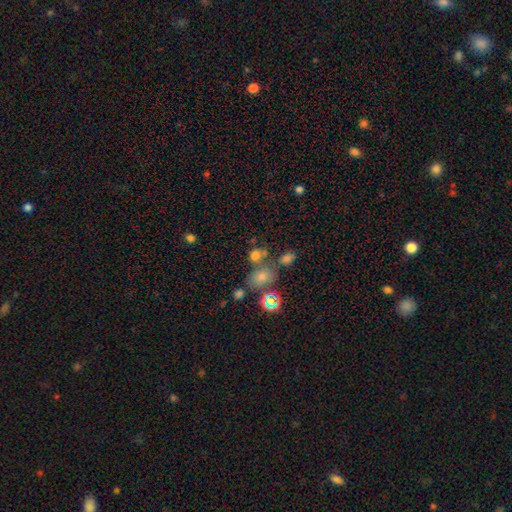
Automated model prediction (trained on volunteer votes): Smooth or featured? smooth (68%)
How rounded? round (51%)
Merging? none (49%)